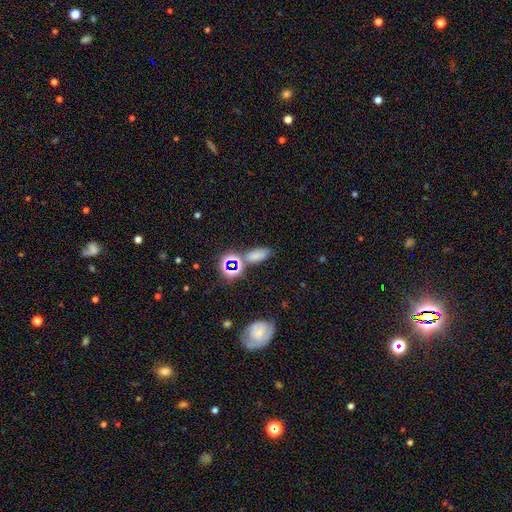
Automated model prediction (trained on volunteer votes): Smooth or featured? Predicted: smooth (p=0.65). How rounded? Predicted: in between (p=0.82). Merging? Predicted: none (p=0.68).